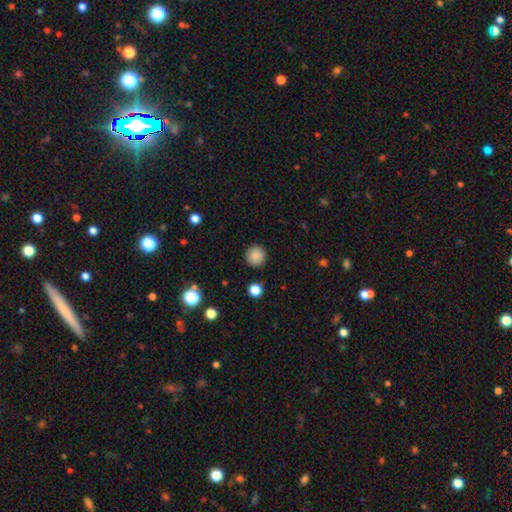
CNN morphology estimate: type=smooth (87%); roundness=round (95%); merging=none (91%).